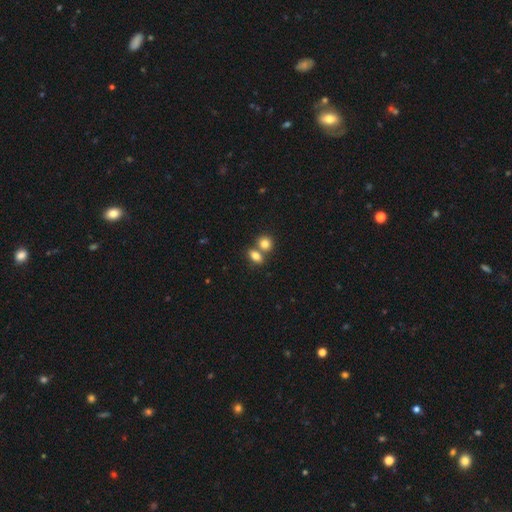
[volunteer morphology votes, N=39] Smooth or featured?
  - smooth: 79% *
  - featured or disk: 10%
  - star or artifact: 10%
How rounded?
  - in between: 71% *
  - round: 26%
  - cigar-shaped: 3%
Merging?
  - merger: 51% *
  - none: 34%
  - minor disturbance: 9%
  - major disturbance: 6%